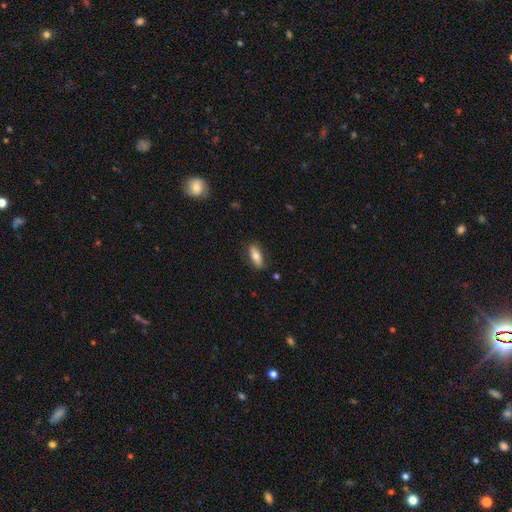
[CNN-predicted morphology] type=smooth (75%); roundness=in between (73%); merging=none (83%).